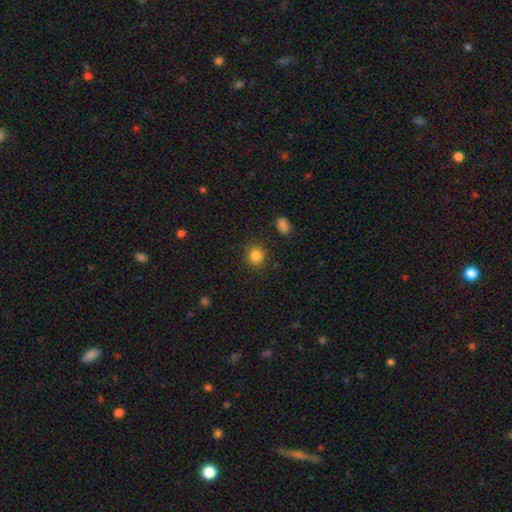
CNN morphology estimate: This is clearly a smooth galaxy (85%). How rounded: clearly round (86%). Merging: clearly none (89%).